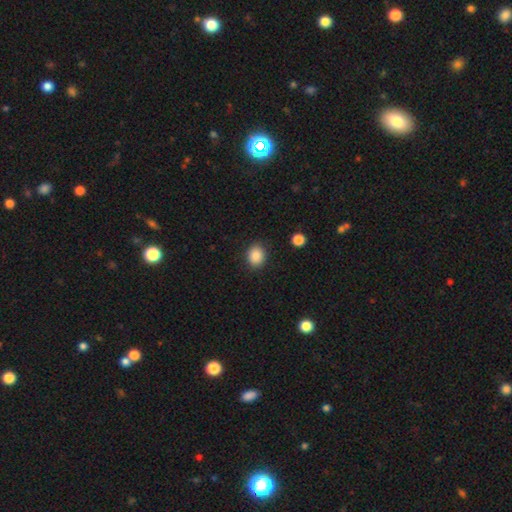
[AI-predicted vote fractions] This appears to be a smooth galaxy with no disk features (87%) that is round (58%). Merging: none (88%).